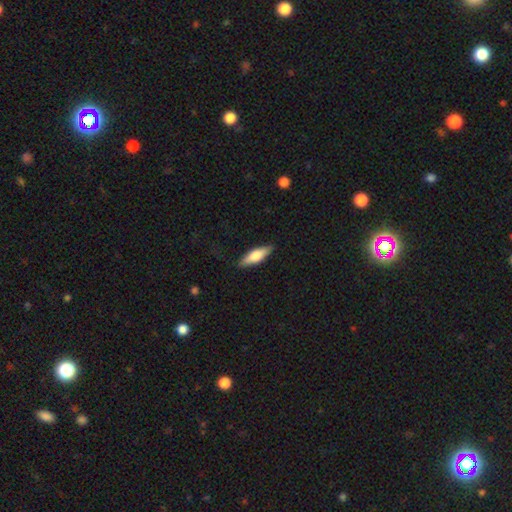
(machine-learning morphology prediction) Overall: smooth (59%; featured or disk 35%). How rounded: cigar-shaped (51%; in between 47%). Merging: none (86%).